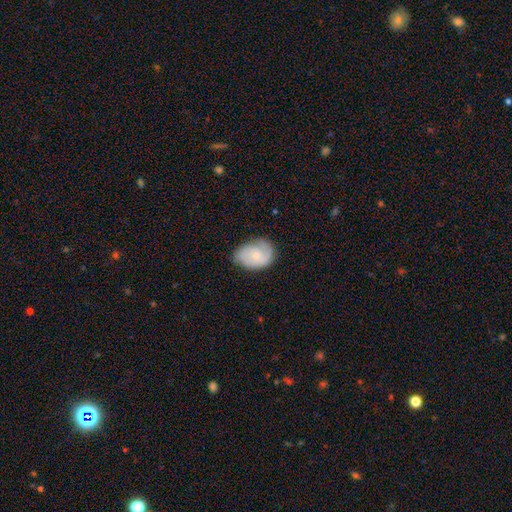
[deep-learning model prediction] smooth-or-featured: featured or disk: 47% | smooth: 46% | star or artifact: 7%
  merging: none: 64% | minor disturbance: 27% | major disturbance: 8% | merger: 1%